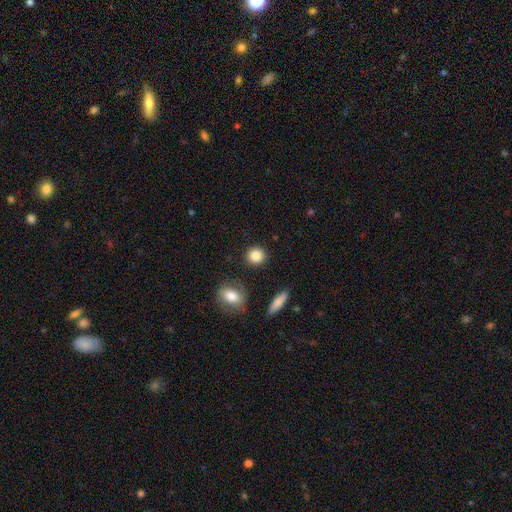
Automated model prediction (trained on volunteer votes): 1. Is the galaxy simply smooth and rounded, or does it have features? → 86% smooth, 9% star or artifact, 5% featured or disk.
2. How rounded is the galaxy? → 87% round, 11% in between, 2% cigar-shaped.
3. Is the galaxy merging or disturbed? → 87% none, 8% minor disturbance, 3% merger, 2% major disturbance.